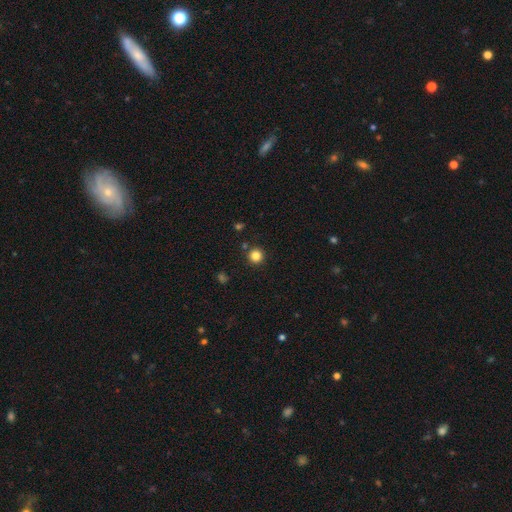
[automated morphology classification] Smooth or featured? Predicted: smooth (p=0.83). How rounded? Predicted: round (p=0.96). Merging? Predicted: none (p=0.90).